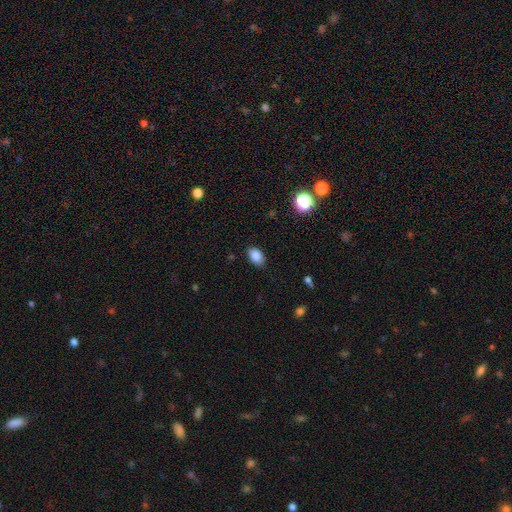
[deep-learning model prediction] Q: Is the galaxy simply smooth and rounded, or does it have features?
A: smooth — 86%.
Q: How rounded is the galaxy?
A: in between — 83%.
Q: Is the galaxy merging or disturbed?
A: none — 84%.